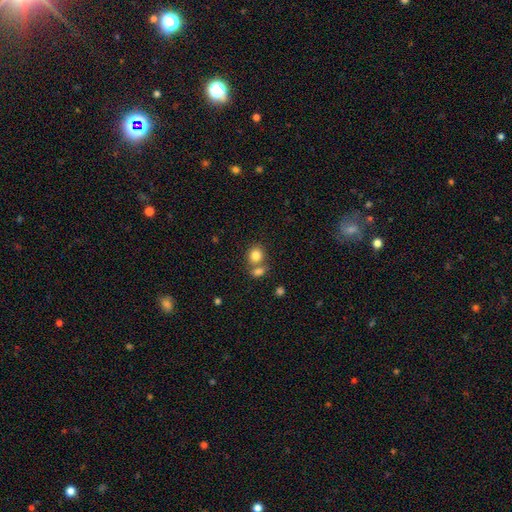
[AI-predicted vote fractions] smooth 83%, star or artifact 10%, featured or disk 8%. Down the decision tree: how rounded — round (65%); merging — none (48%).